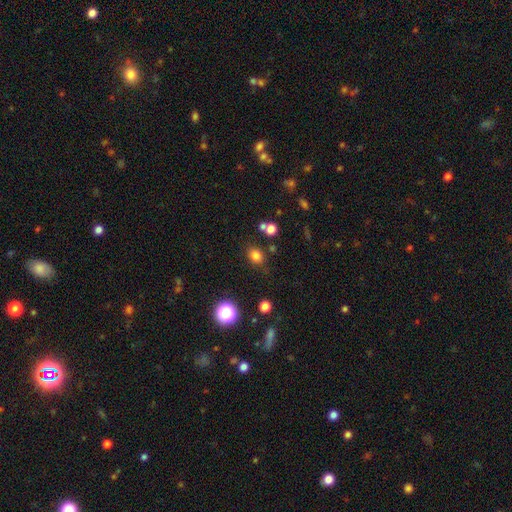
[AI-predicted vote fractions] smooth_or_featured: smooth (p=0.79) [alt: star or artifact p=0.16]
how_rounded: round (p=0.51) [alt: in between p=0.48]
merging: none (p=0.78) [alt: minor disturbance p=0.13]